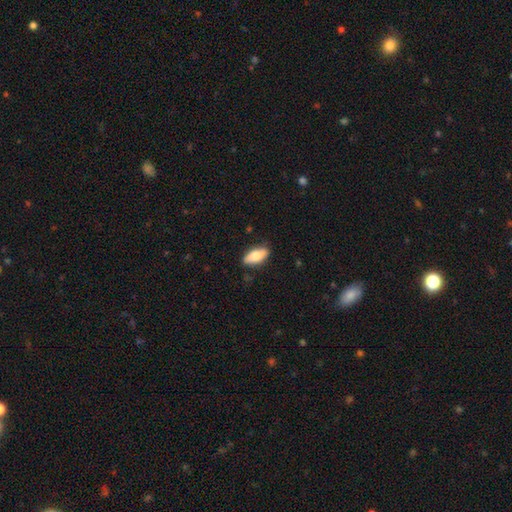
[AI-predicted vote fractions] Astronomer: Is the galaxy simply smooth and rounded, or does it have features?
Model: smooth — 75%.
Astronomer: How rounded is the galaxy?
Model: in between — 82%.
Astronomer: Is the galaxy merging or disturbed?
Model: none — 83%.